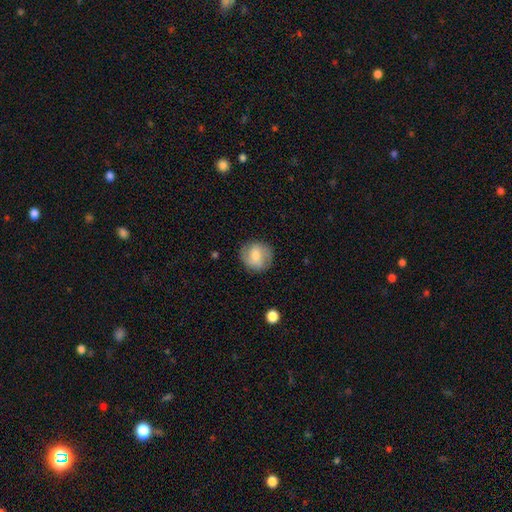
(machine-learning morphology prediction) A smooth galaxy with no disk features (54%) that is round (85%).

Vote fractions:
- Smooth or featured? smooth: 54% / featured or disk: 38% / star or artifact: 8%
- How rounded? round: 85% / in between: 14% / cigar-shaped: 1%
- Merging? none: 82% / minor disturbance: 13% / major disturbance: 4% / merger: 1%